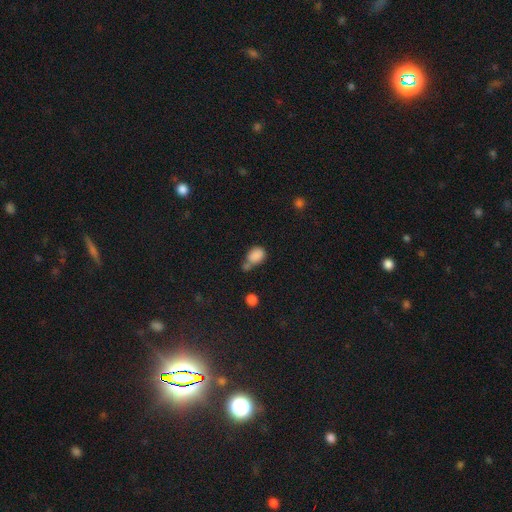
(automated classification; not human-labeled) Q: Smooth or featured?
A: smooth (84%); runner-up: star or artifact (10%)
Q: How rounded?
A: in between (59%); runner-up: round (40%)
Q: Merging?
A: merger (37%); runner-up: none (35%)